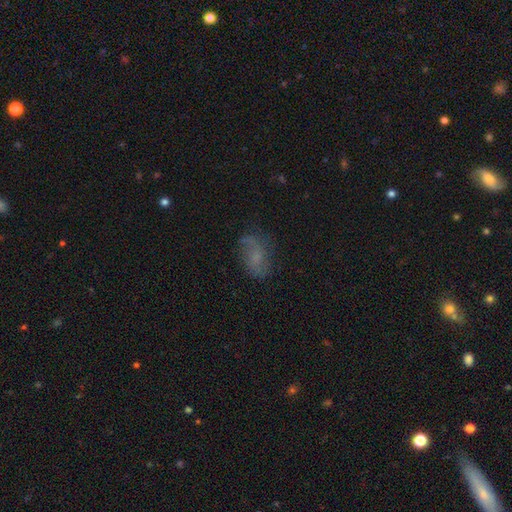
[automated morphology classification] The model was most divided on "smooth or featured": smooth: 43%, featured or disk: 42%, star or artifact: 15%. More confident: merging — none (66%).